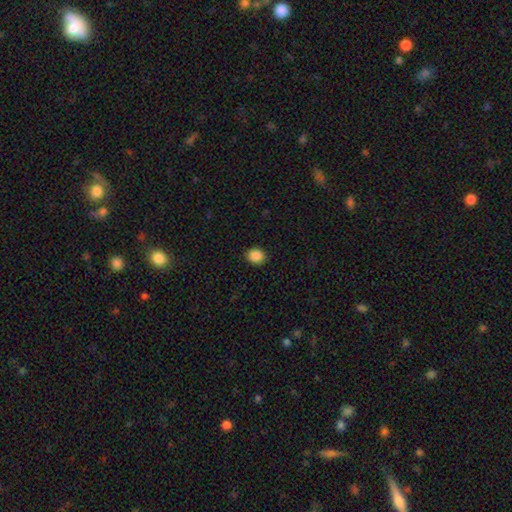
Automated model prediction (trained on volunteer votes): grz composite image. It shows a smooth galaxy with no disk features (88%) that is round (69%). Merging: none (91%).